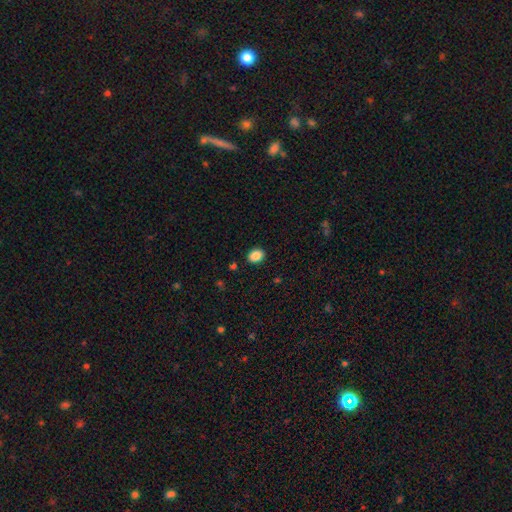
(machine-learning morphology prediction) Overall: smooth (88%). How rounded: in between (60%; round 39%). Merging: none (89%).